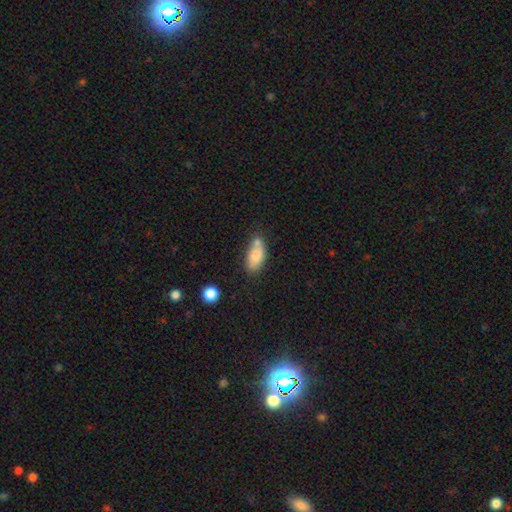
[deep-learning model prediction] Smooth or featured?
  - smooth: 77% *
  - featured or disk: 15%
  - star or artifact: 8%
How rounded?
  - in between: 86% *
  - cigar-shaped: 8%
  - round: 5%
Merging?
  - none: 53% *
  - merger: 24%
  - minor disturbance: 18%
  - major disturbance: 5%